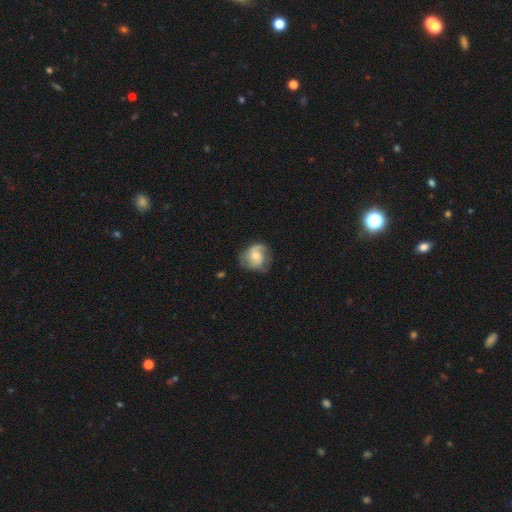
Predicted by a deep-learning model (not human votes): This appears to be a featured or disk galaxy (59%) with no bar (60%), spiral arms (86%) and a moderate central bulge (52%). Merging: none (61%).